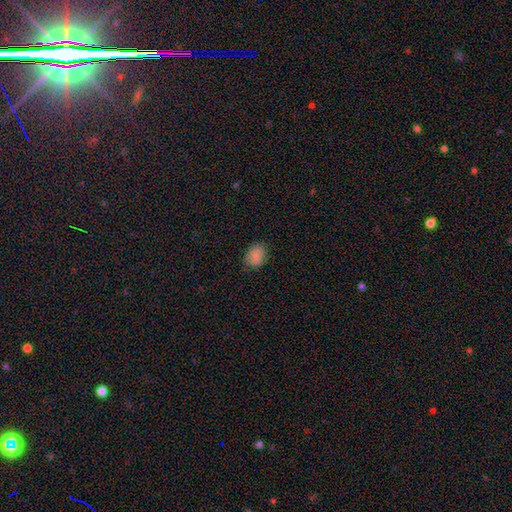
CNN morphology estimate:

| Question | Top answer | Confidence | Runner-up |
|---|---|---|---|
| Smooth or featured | smooth | 85% | star or artifact (9%) |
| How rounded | in between | 68% | round (31%) |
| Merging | none | 74% | minor disturbance (21%) |